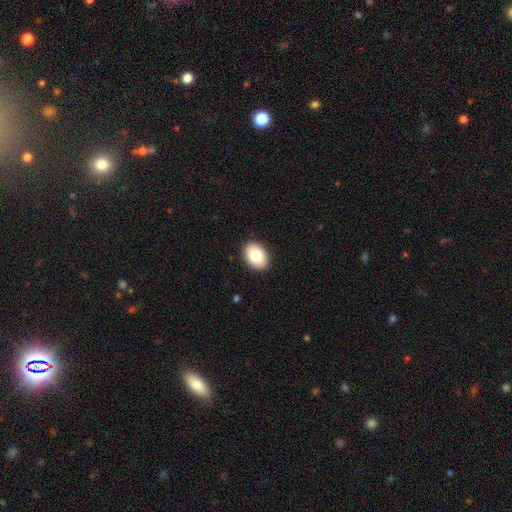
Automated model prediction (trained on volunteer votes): This is clearly a smooth galaxy (84%). How rounded: clearly in between (83%). Merging: clearly none (91%).